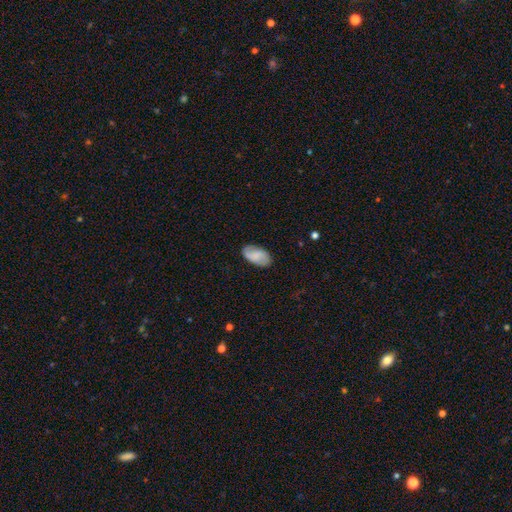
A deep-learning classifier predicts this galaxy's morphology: Smooth or featured?
  - smooth: 61% *
  - featured or disk: 31%
  - star or artifact: 8%
How rounded?
  - in between: 94% *
  - round: 4%
  - cigar-shaped: 2%
Merging?
  - none: 81% *
  - minor disturbance: 14%
  - major disturbance: 4%
  - merger: 1%